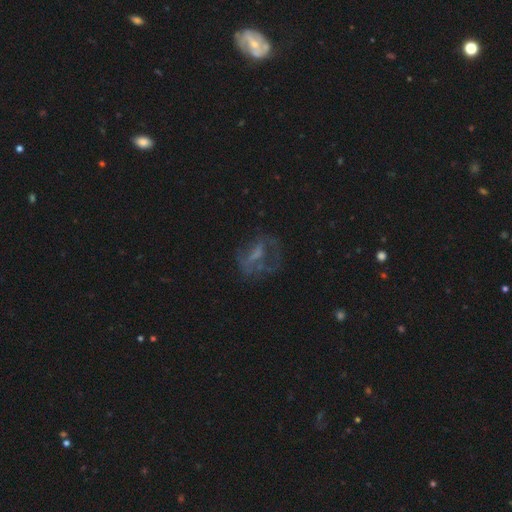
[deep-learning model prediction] smooth-or-featured: featured or disk: 53% | smooth: 29% | star or artifact: 19%
  disk-edge-on: no: 94% | yes: 6%
  merging: none: 45% | major disturbance: 33% | minor disturbance: 19% | merger: 3%